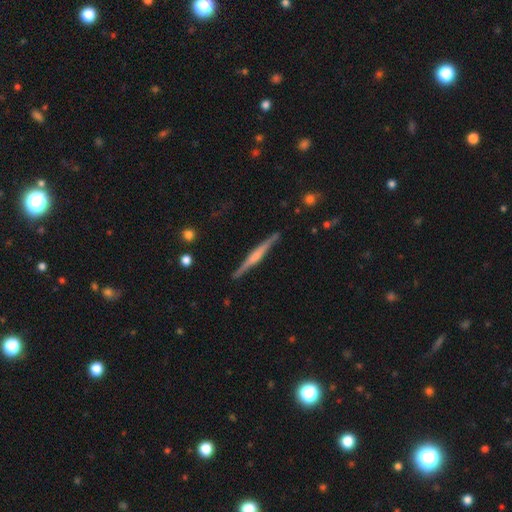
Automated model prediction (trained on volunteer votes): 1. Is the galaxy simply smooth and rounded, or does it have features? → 72% featured or disk, 23% smooth, 5% star or artifact.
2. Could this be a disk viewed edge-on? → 98% yes, 2% no.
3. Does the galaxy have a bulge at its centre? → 48% rounded, 29% boxy, 23% none.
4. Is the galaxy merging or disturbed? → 89% none, 8% minor disturbance, 2% major disturbance, 1% merger.